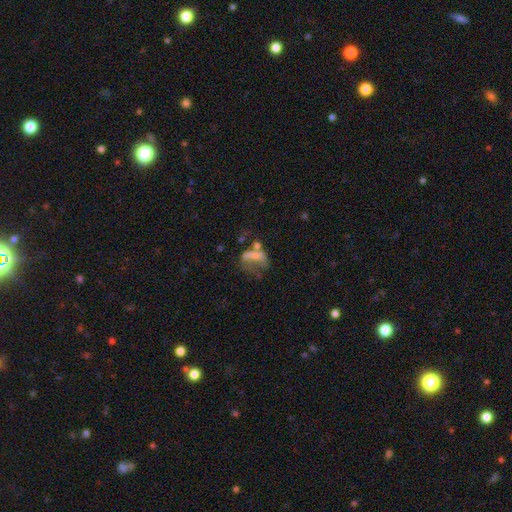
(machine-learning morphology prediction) Q: Smooth or featured?
A: smooth (49%); runner-up: featured or disk (37%)
Q: Merging?
A: major disturbance (43%); runner-up: none (21%)